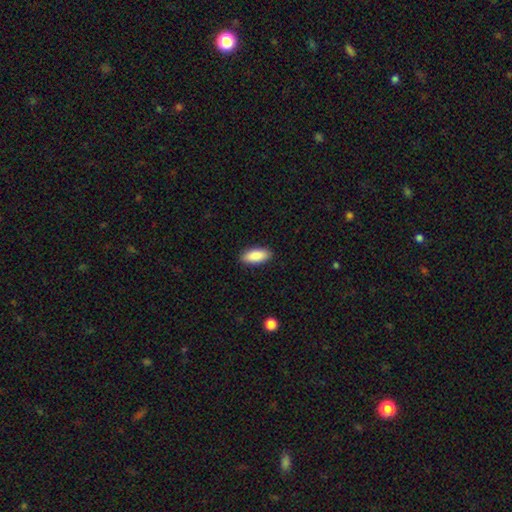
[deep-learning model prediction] Smooth or featured?
  - smooth: 90% *
  - star or artifact: 6%
  - featured or disk: 4%
How rounded?
  - in between: 87% *
  - cigar-shaped: 11%
  - round: 2%
Merging?
  - none: 89% *
  - minor disturbance: 8%
  - major disturbance: 2%
  - merger: 1%